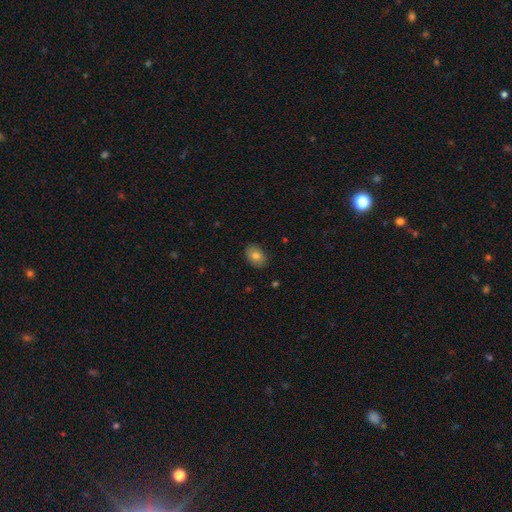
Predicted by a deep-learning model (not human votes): A smooth galaxy with no disk features (81%) that is in between round and cigar-shaped (79%). Merging: none (86%).